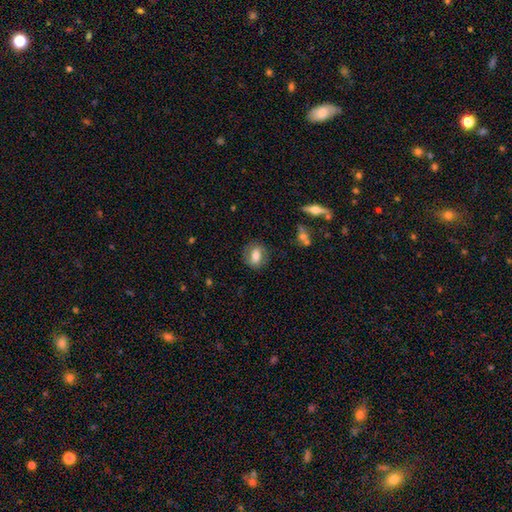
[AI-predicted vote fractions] smooth-or-featured: smooth: 61% | featured or disk: 31% | star or artifact: 8%
  how-rounded: in between: 54% | round: 44% | cigar-shaped: 2%
  merging: none: 78% | minor disturbance: 15% | major disturbance: 6% | merger: 2%